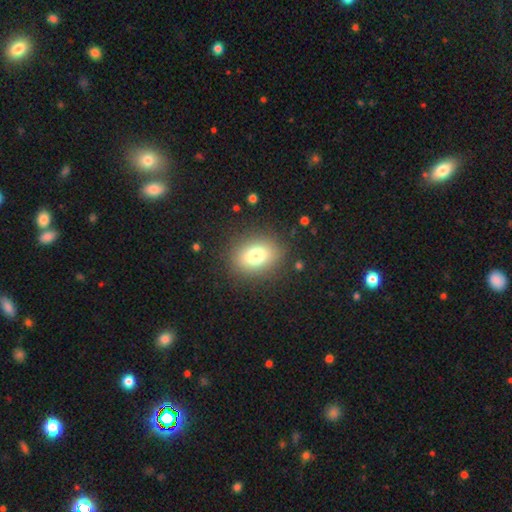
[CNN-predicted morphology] A smooth galaxy with no disk features (77%) that is in between round and cigar-shaped (55%). Merging: none (85%).